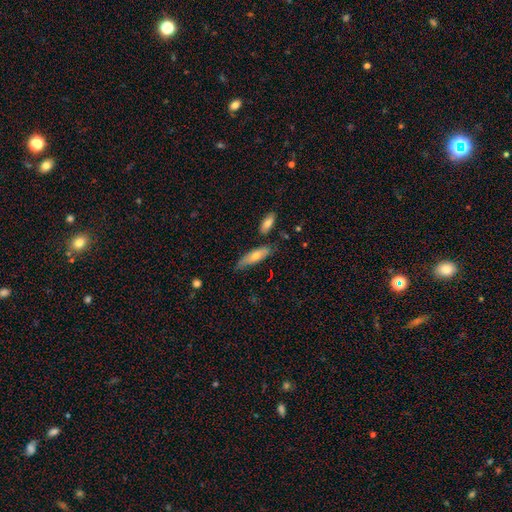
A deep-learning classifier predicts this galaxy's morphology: Smooth or featured? smooth (68%)
How rounded? cigar-shaped (52%)
Merging? none (65%)